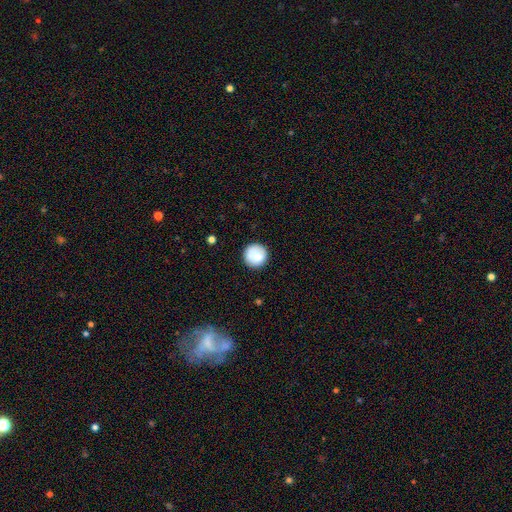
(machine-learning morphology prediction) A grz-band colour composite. It shows a smooth galaxy with no disk features (79%) that is round (95%). Merging: none (87%).